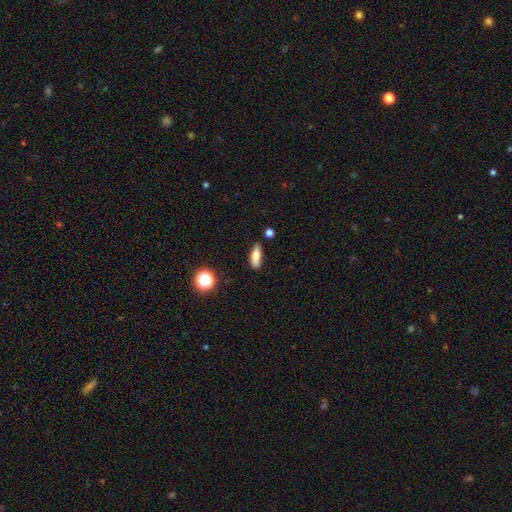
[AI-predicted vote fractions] A smooth galaxy with no disk features (69%) that is in between round and cigar-shaped (60%). Merging: none (80%).